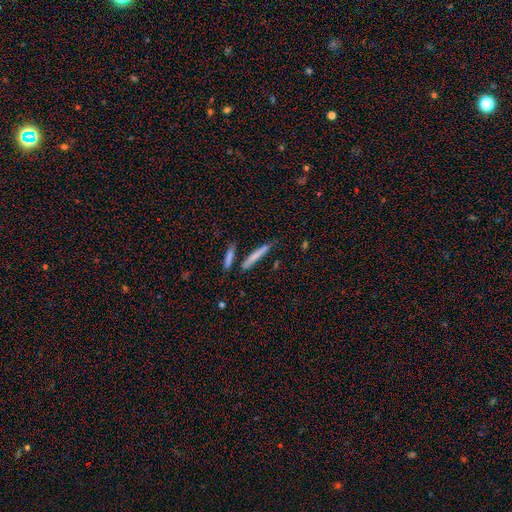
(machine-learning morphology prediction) Q: Smooth or featured?
A: smooth (68%); runner-up: featured or disk (26%)
Q: How rounded?
A: cigar-shaped (94%); runner-up: in between (4%)
Q: Merging?
A: none (79%); runner-up: minor disturbance (10%)